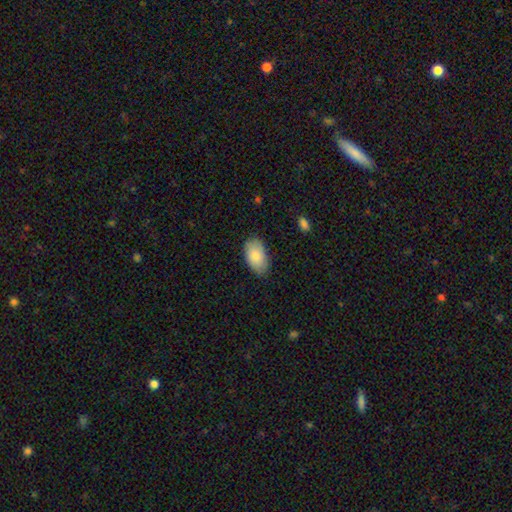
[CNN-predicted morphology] Smooth or featured? smooth (85%)
How rounded? in between (94%)
Merging? none (81%)